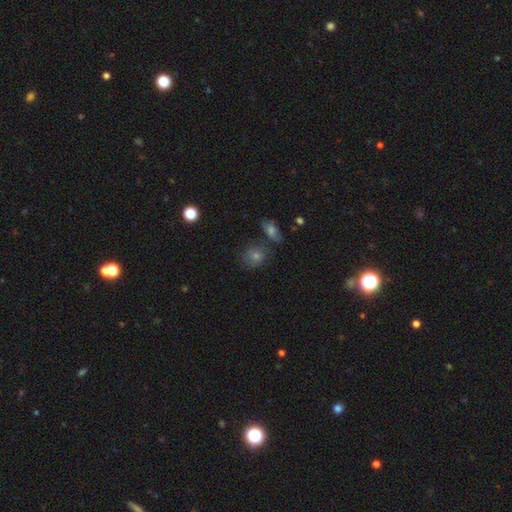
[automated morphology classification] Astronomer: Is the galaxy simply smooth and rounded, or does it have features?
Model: smooth — 58%.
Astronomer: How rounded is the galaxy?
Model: round — 72%.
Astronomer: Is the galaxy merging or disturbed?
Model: none — 71%.